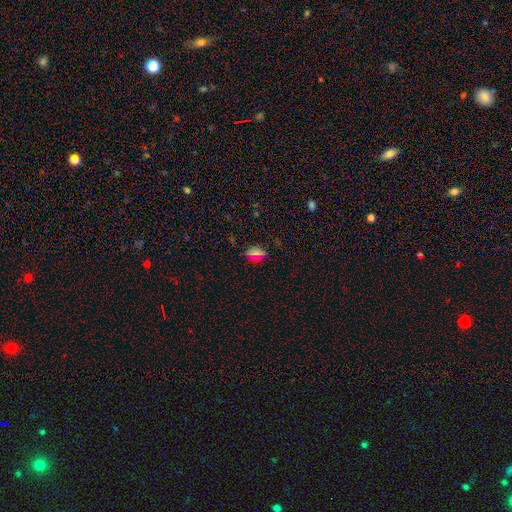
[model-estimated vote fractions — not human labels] This appears to be a smooth galaxy with no disk features (64%) that is in between round and cigar-shaped (71%). Merging: none (85%).